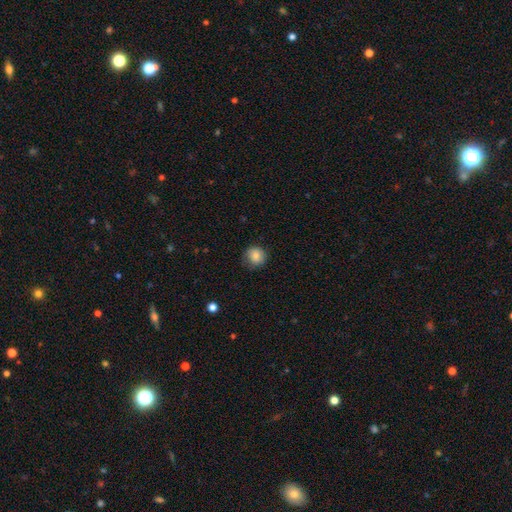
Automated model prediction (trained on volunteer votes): smooth-or-featured: smooth: 83% | star or artifact: 9% | featured or disk: 8%
  how-rounded: round: 90% | in between: 9% | cigar-shaped: 1%
  merging: none: 79% | minor disturbance: 16% | major disturbance: 4% | merger: 1%